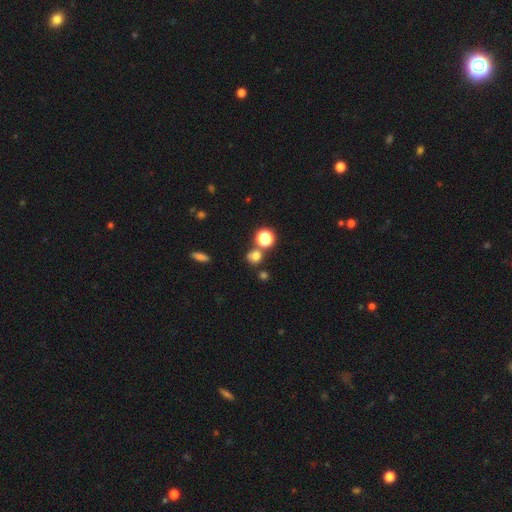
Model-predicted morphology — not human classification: This appears to be a smooth galaxy with no disk features (70%) that is round (83%). Merging: none (65%).